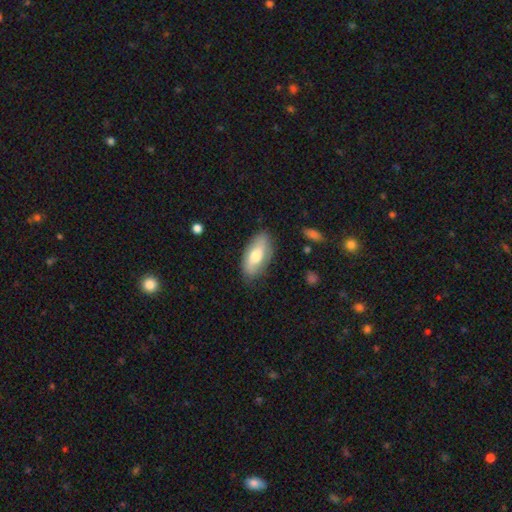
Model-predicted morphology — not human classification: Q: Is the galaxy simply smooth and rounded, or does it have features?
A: smooth — 63%.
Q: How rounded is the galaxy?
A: in between — 88%.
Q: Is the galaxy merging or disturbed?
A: none — 80%.